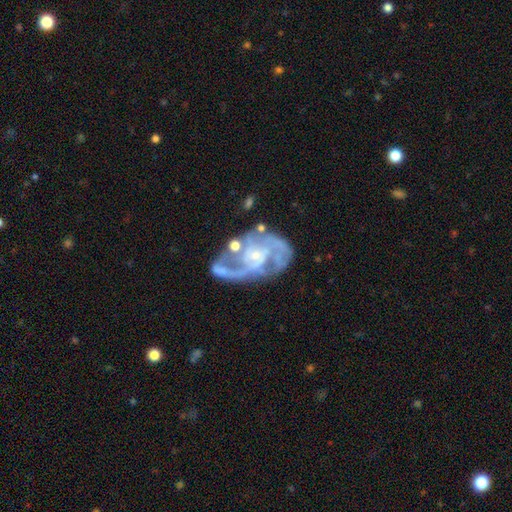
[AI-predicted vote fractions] smooth-or-featured: featured or disk: 86% | star or artifact: 7% | smooth: 7%
  disk-edge-on: no: 97% | yes: 3%
    bar: no: 60% | weak: 32% | strong: 9%
    has-spiral-arms: yes: 91% | no: 9%
      spiral-winding: medium: 47% | tight: 33% | loose: 20%
      spiral-arm-count: 2: 34% | can't tell: 23% | 3: 22% | 4: 8% | 1: 7% | more than 4: 5%
    bulge-size: small: 70% | moderate: 18% | none: 9% | large: 2% | dominant: 1%
  merging: none: 49% | major disturbance: 22% | minor disturbance: 20% | merger: 9%